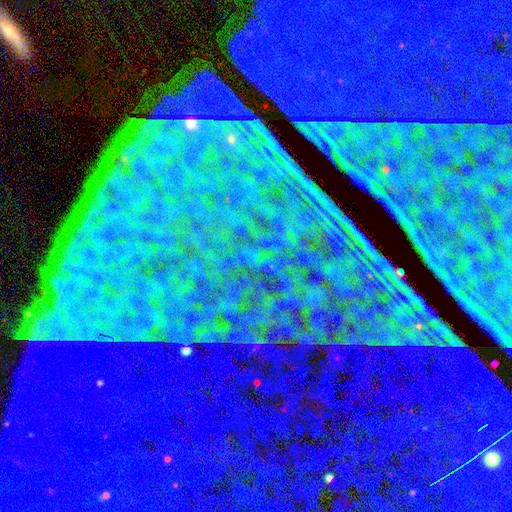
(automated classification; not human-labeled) star or artifact 87%, featured or disk 7%, smooth 7%.